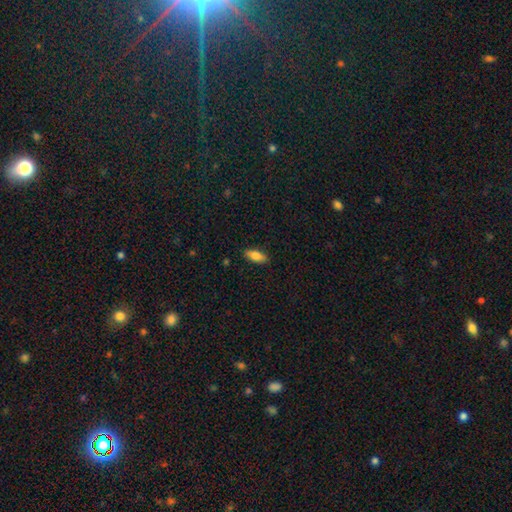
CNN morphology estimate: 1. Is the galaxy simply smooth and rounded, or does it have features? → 83% smooth, 10% featured or disk, 7% star or artifact.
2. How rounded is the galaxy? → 79% in between, 19% cigar-shaped, 2% round.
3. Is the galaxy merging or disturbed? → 88% none, 9% minor disturbance, 2% major disturbance, 1% merger.